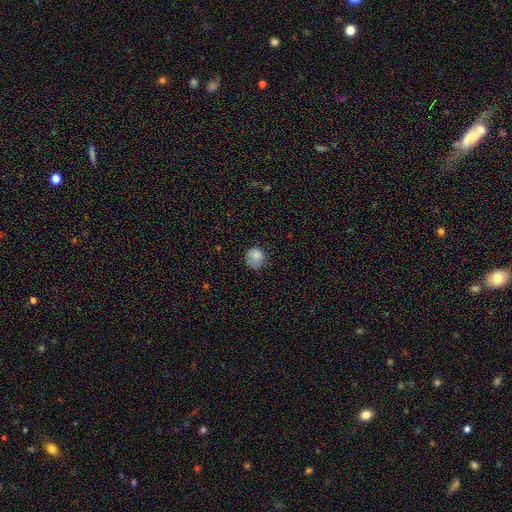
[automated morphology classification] The model was most divided on "merging": none: 62%, minor disturbance: 26%, major disturbance: 10%, merger: 1%. More confident: smooth or featured — smooth (83%); how rounded — round (82%).